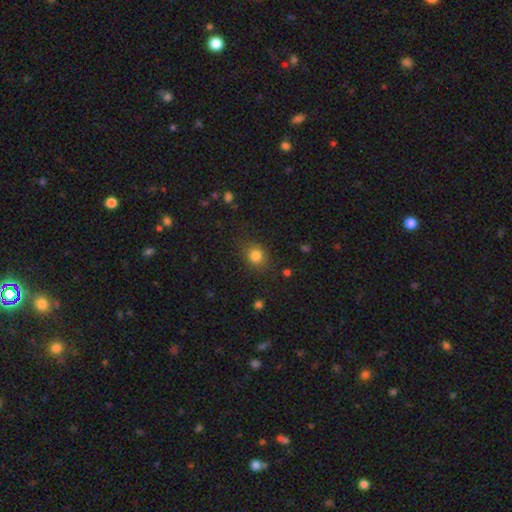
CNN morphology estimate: smooth_or_featured: smooth (p=0.82) [alt: star or artifact p=0.12]
how_rounded: round (p=0.66) [alt: in between p=0.33]
merging: none (p=0.79) [alt: minor disturbance p=0.14]